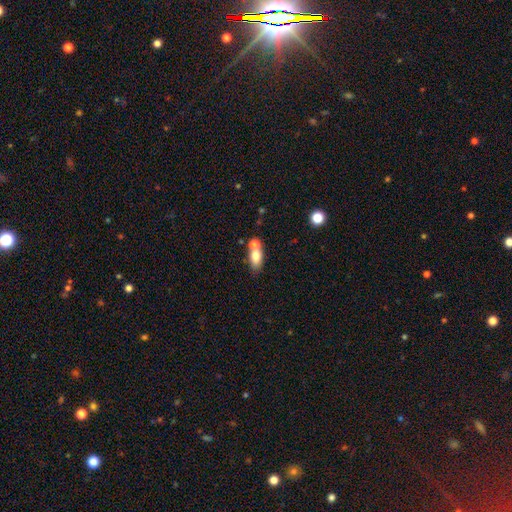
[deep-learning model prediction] This is likely a smooth galaxy (74%). How rounded: likely in between (79%). Merging: possibly merger (48%).